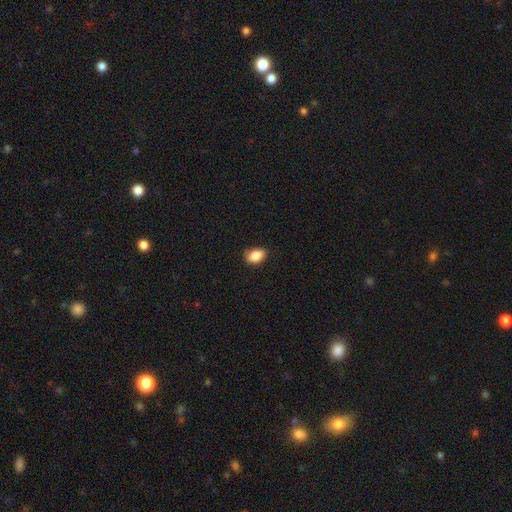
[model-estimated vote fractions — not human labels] smooth_or_featured: smooth (p=0.86) [alt: star or artifact p=0.08]
how_rounded: in between (p=0.87) [alt: round p=0.10]
merging: none (p=0.83) [alt: minor disturbance p=0.14]